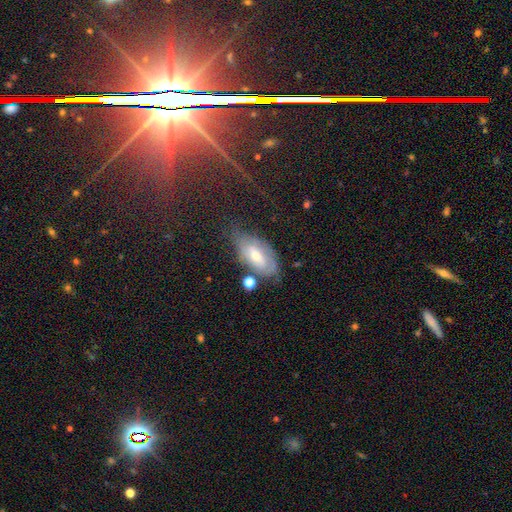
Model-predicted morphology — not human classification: The model was most divided on "smooth or featured": featured or disk: 50%, smooth: 36%, star or artifact: 14%. More confident: edge-on disk — no (86%); merging — none (56%).